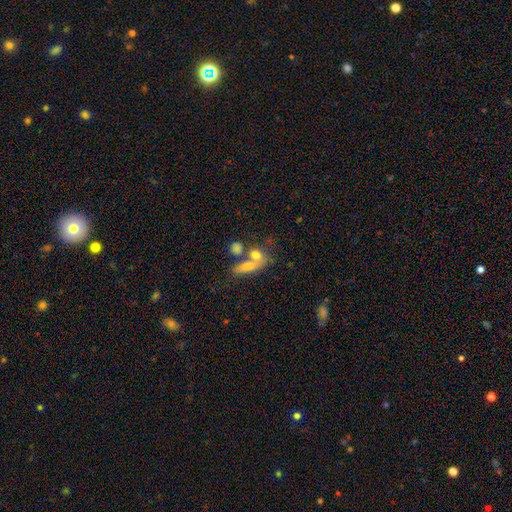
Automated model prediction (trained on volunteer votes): Q: Smooth or featured?
A: smooth (68%); runner-up: featured or disk (22%)
Q: How rounded?
A: in between (54%); runner-up: round (32%)
Q: Merging?
A: merger (49%); runner-up: none (32%)